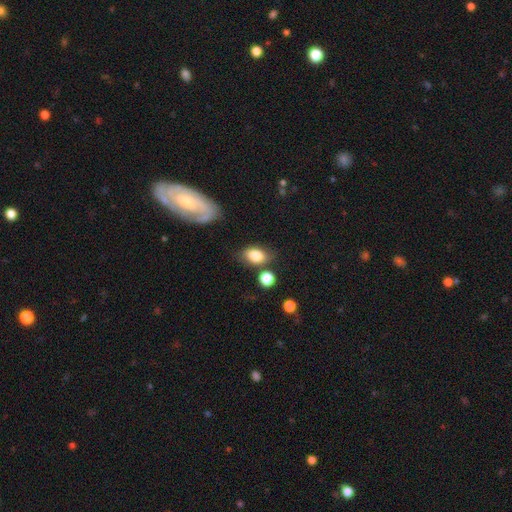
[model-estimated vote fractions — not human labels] Morphology: type=smooth (80%); roundness=in between (81%); merging=none (69%).